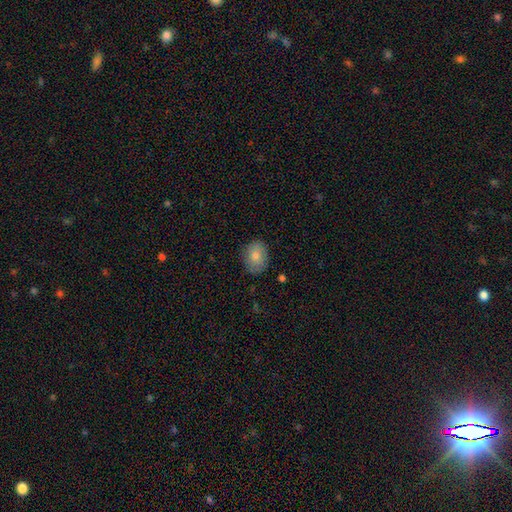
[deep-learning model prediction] smooth 81%, featured or disk 12%, star or artifact 7%. Down the decision tree: how rounded — in between (56%); merging — none (81%).